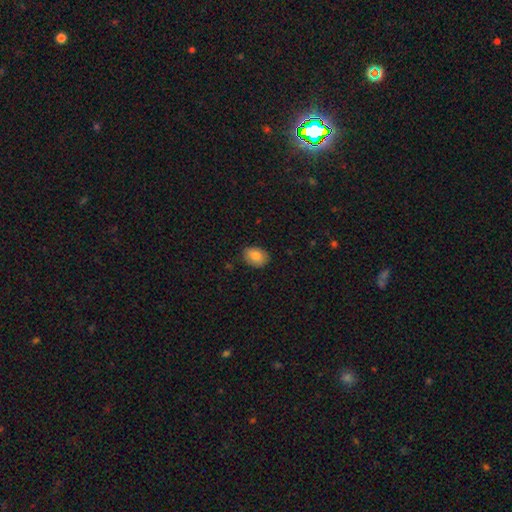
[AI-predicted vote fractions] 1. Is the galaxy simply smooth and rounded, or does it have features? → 85% smooth, 7% star or artifact, 7% featured or disk.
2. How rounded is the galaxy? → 75% in between, 24% round, 1% cigar-shaped.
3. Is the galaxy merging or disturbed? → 85% none, 11% minor disturbance, 2% major disturbance, 1% merger.